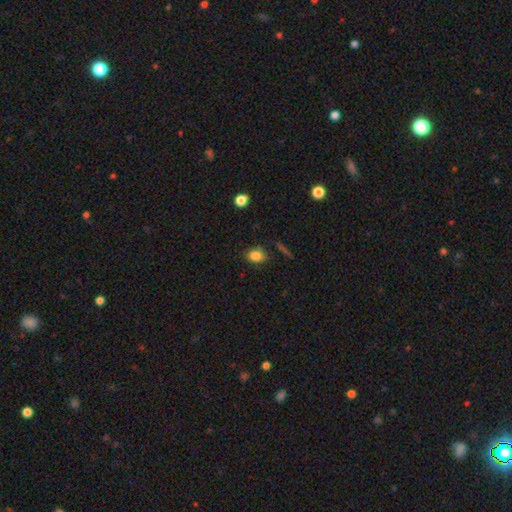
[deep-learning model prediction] Morphology: type=smooth (83%); roundness=in between (61%); merging=none (77%).